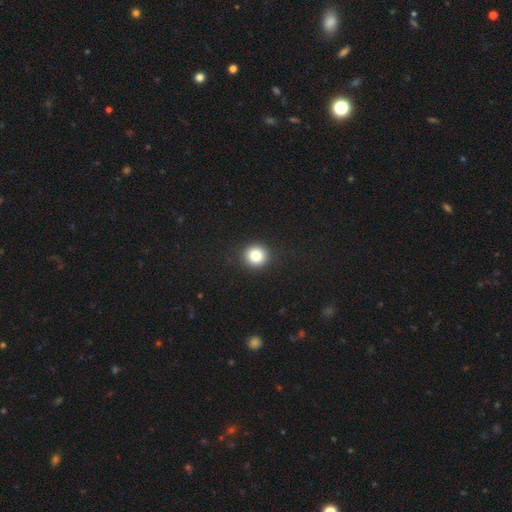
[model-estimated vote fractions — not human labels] A smooth galaxy with no disk features (84%) that is round (92%).

Vote fractions:
- Smooth or featured? smooth: 84% / star or artifact: 10% / featured or disk: 5%
- How rounded? round: 92% / in between: 7% / cigar-shaped: 1%
- Merging? none: 92% / minor disturbance: 5% / major disturbance: 2% / merger: 1%